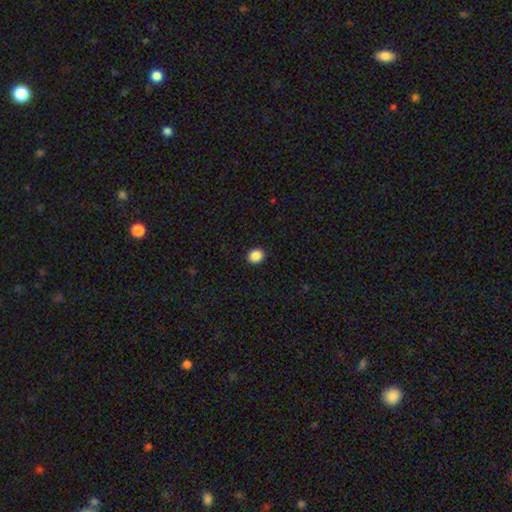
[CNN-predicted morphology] smooth-or-featured: smooth: 88% | star or artifact: 9% | featured or disk: 3%
  how-rounded: round: 72% | in between: 27% | cigar-shaped: 1%
  merging: none: 92% | minor disturbance: 5% | major disturbance: 2% | merger: 1%